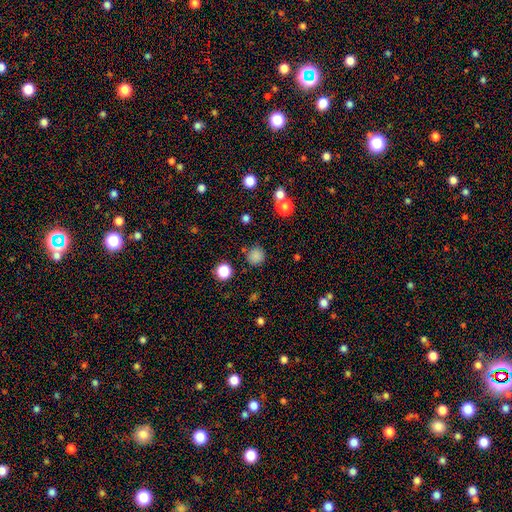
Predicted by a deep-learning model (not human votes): smooth-or-featured: smooth: 82% | star or artifact: 14% | featured or disk: 4%
  how-rounded: round: 94% | in between: 5% | cigar-shaped: 1%
  merging: none: 85% | minor disturbance: 9% | merger: 3% | major disturbance: 3%